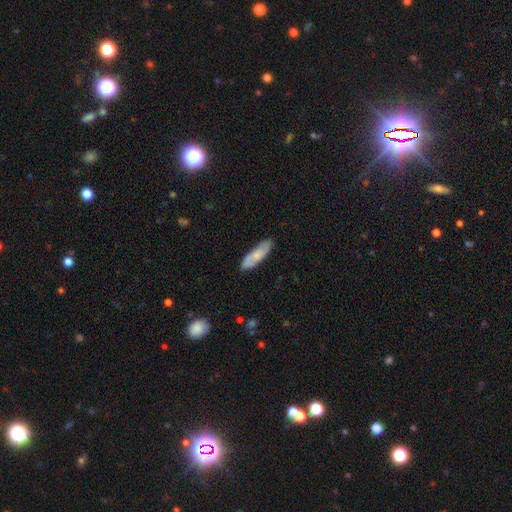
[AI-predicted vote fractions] smooth_or_featured: smooth (p=0.58) [alt: featured or disk p=0.36]
how_rounded: cigar-shaped (p=0.54) [alt: in between p=0.44]
merging: none (p=0.84) [alt: minor disturbance p=0.12]